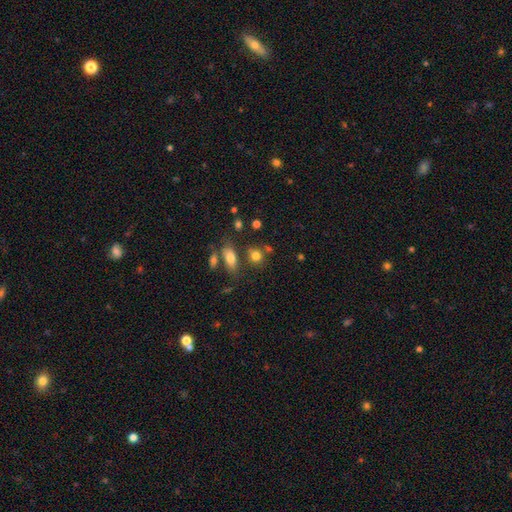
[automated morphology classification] Smooth or featured? Predicted: smooth (p=0.79). How rounded? Predicted: round (p=0.56). Merging? Predicted: none (p=0.65).